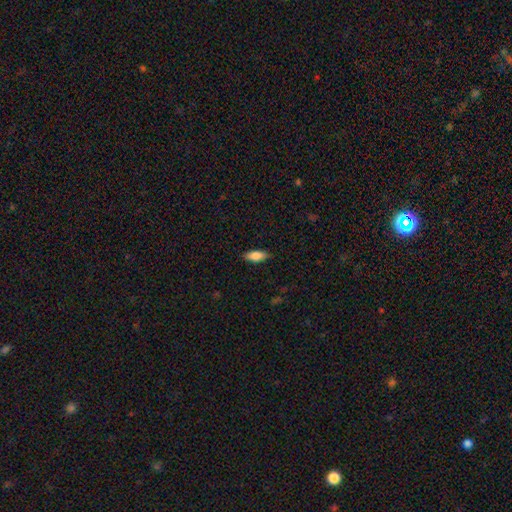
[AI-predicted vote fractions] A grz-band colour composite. It shows a smooth galaxy with no disk features (84%) that is in between round and cigar-shaped (79%). Merging: none (85%).